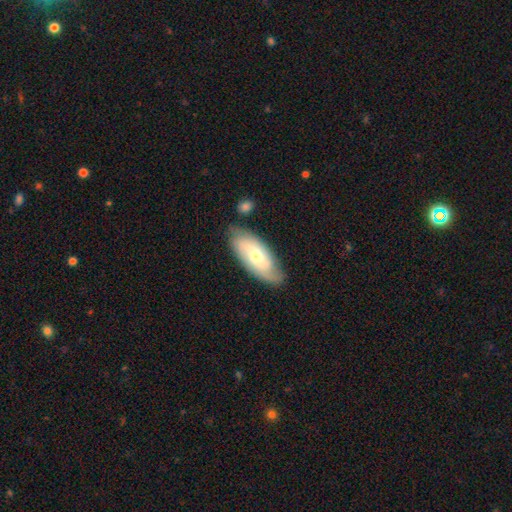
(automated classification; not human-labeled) The model was most divided on "bar": no: 51%, weak: 37%, strong: 13%. More confident: edge-on disk — no (86%); spiral arms — yes (84%); merging — none (79%); smooth or featured — featured or disk (58%); bulge size — moderate (56%).